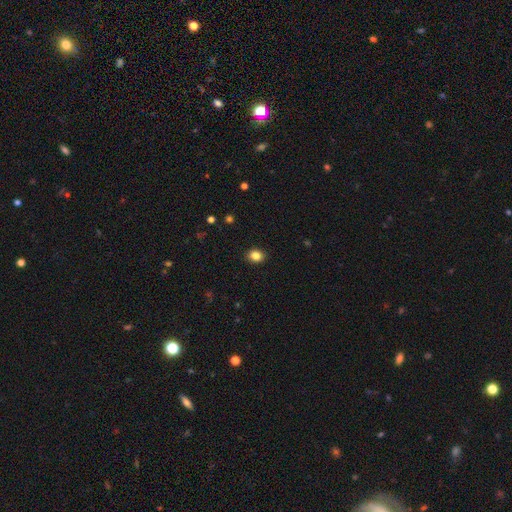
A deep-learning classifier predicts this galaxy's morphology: A smooth galaxy with no disk features (85%) that is round (51%). Merging: none (91%).